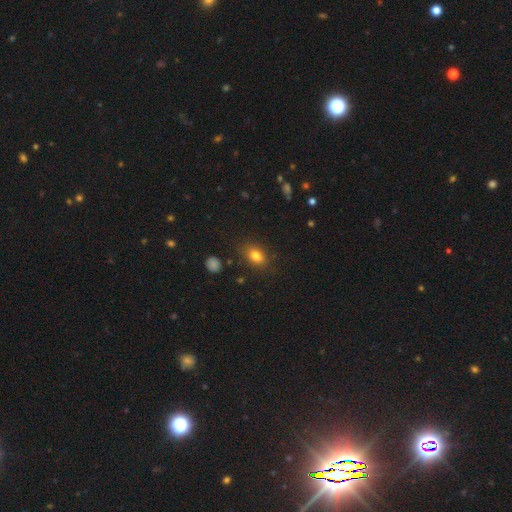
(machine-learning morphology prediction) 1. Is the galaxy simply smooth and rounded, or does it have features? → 81% smooth, 11% star or artifact, 8% featured or disk.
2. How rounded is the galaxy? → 76% in between, 22% round, 2% cigar-shaped.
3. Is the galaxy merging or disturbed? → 83% none, 12% minor disturbance, 3% major disturbance, 2% merger.